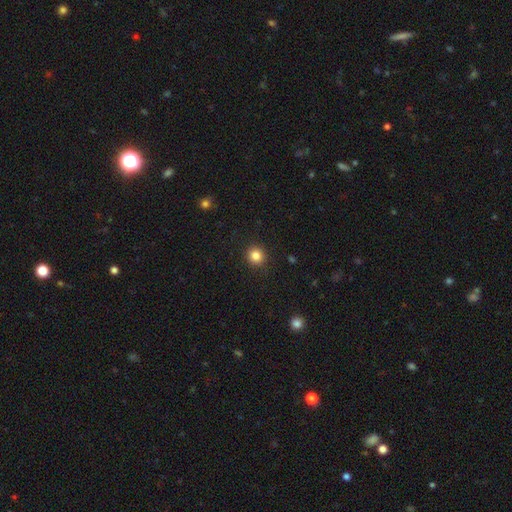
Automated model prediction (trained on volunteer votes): Overall: smooth (84%). How rounded: round (91%). Merging: none (92%).